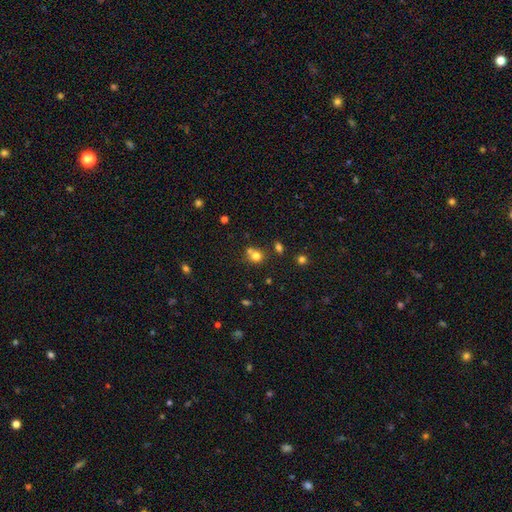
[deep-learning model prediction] smooth 75%, star or artifact 15%, featured or disk 10%. Down the decision tree: how rounded — round (79%); merging — none (52%).